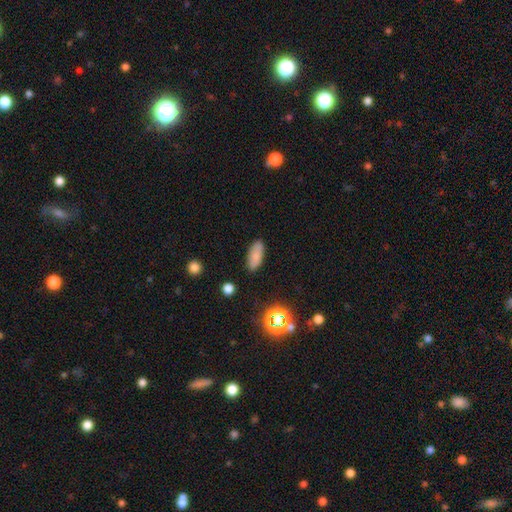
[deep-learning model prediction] Q: Smooth or featured?
A: smooth (83%); runner-up: star or artifact (10%)
Q: How rounded?
A: in between (81%); runner-up: cigar-shaped (16%)
Q: Merging?
A: none (86%); runner-up: minor disturbance (10%)